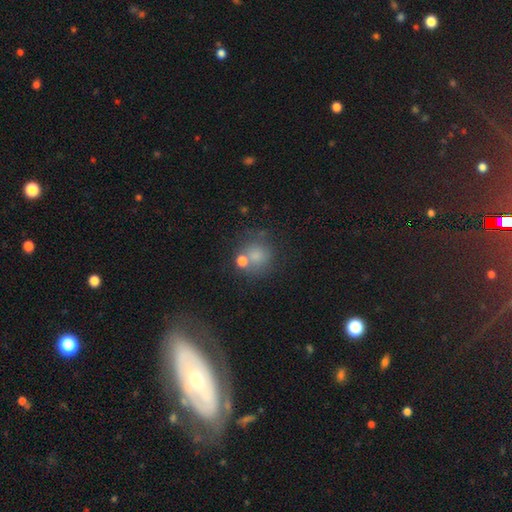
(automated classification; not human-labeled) A smooth galaxy with no disk features (70%) that is round (87%). Merging: none (59%).